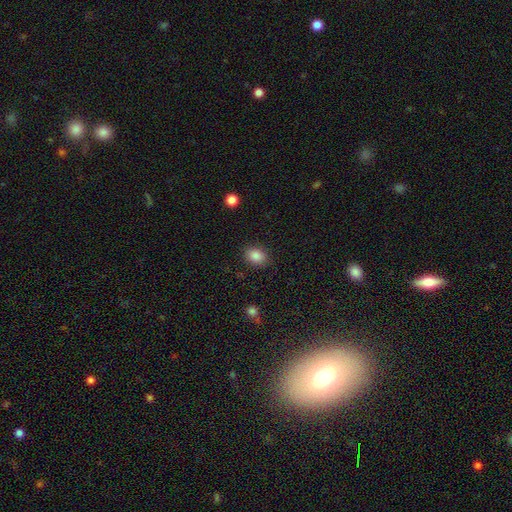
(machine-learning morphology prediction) Smooth or featured? Predicted: smooth (p=0.86). How rounded? Predicted: in between (p=0.64). Merging? Predicted: none (p=0.86).